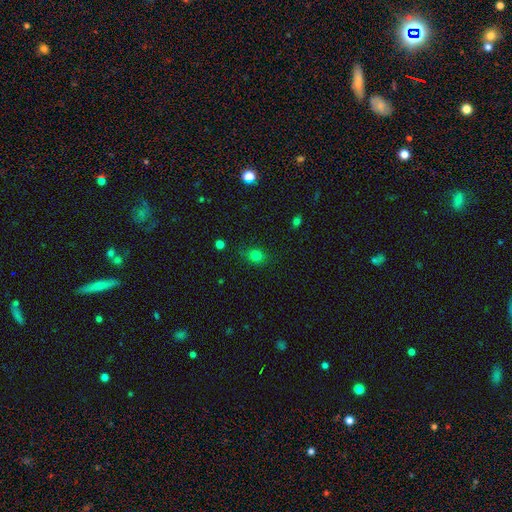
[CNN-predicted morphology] smooth 79%, star or artifact 16%, featured or disk 6%. Down the decision tree: how rounded — round (67%); merging — none (82%).